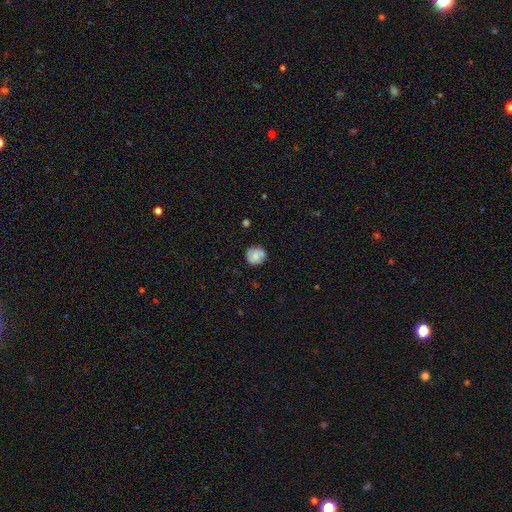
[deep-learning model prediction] Smooth or featured: smooth — 50% (featured or disk — 42%)
How rounded: round — 82% (in between — 17%)
Merging: none — 69% (minor disturbance — 20%)